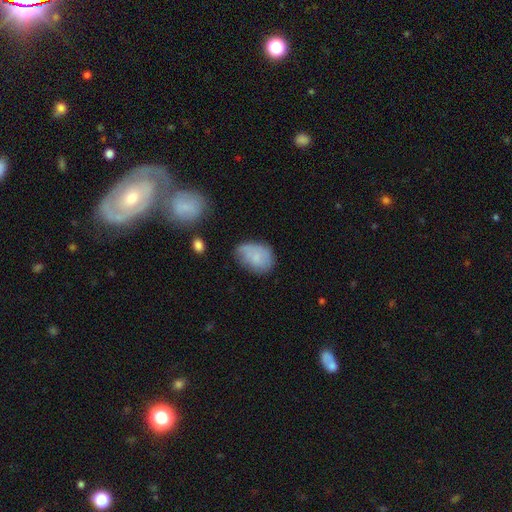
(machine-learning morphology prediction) The model was most divided on "merging": none: 42%, minor disturbance: 38%, major disturbance: 16%, merger: 4%. More confident: how rounded — in between (75%); smooth or featured — smooth (72%).